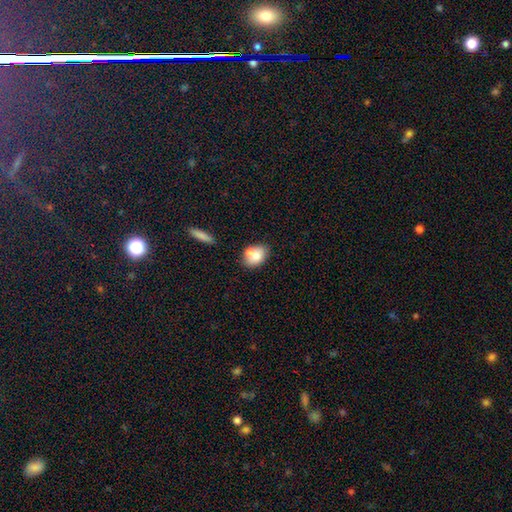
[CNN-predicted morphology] A smooth galaxy with no disk features (70%) that is in between round and cigar-shaped (72%).

Vote fractions:
- Smooth or featured? smooth: 70% / featured or disk: 22% / star or artifact: 9%
- How rounded? in between: 72% / round: 26% / cigar-shaped: 2%
- Merging? none: 46% / merger: 34% / minor disturbance: 15% / major disturbance: 5%